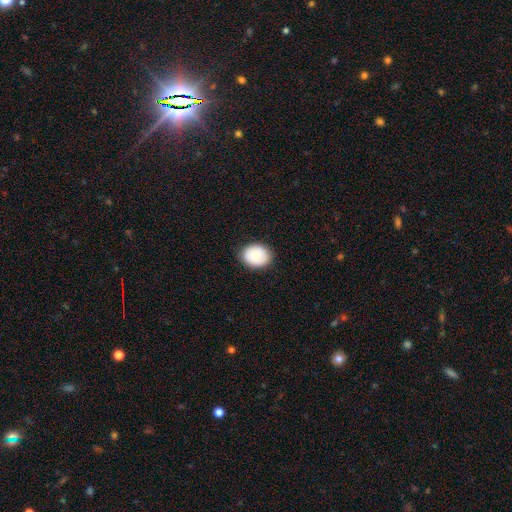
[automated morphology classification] smooth_or_featured: smooth (p=0.72) [alt: featured or disk p=0.21]
how_rounded: round (p=0.56) [alt: in between p=0.43]
merging: none (p=0.87) [alt: minor disturbance p=0.09]